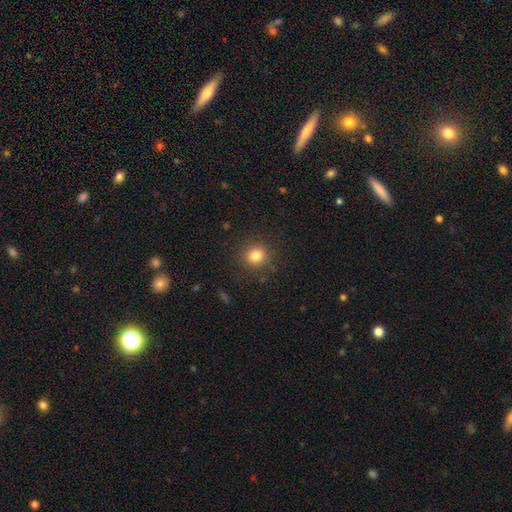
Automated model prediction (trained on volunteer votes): smooth 82%, star or artifact 12%, featured or disk 6%. Down the decision tree: how rounded — round (87%); merging — none (88%).